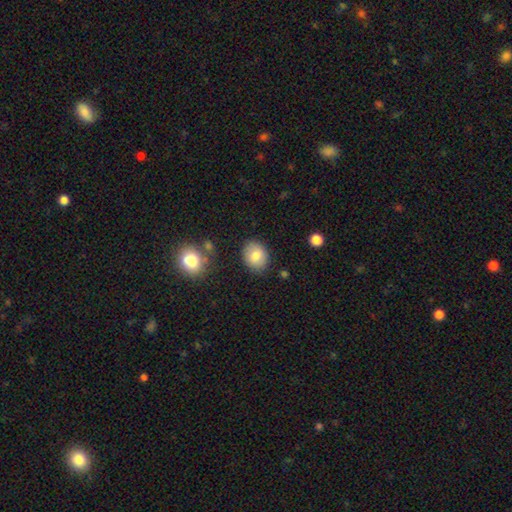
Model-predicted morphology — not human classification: Smooth or featured? Predicted: smooth (p=0.81). How rounded? Predicted: round (p=0.53). Merging? Predicted: none (p=0.84).